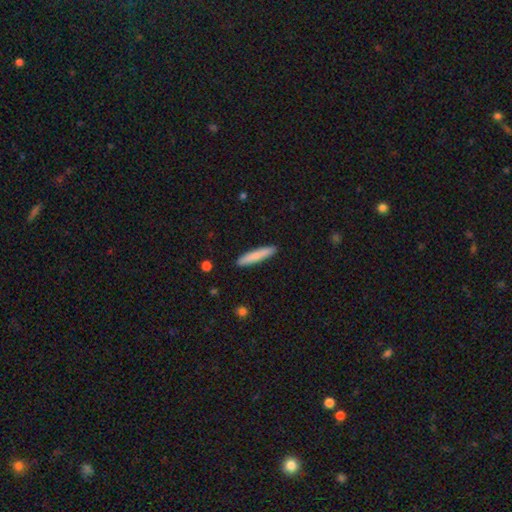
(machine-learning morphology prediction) A smooth galaxy with no disk features (79%) that is cigar-shaped (92%). Merging: none (91%).